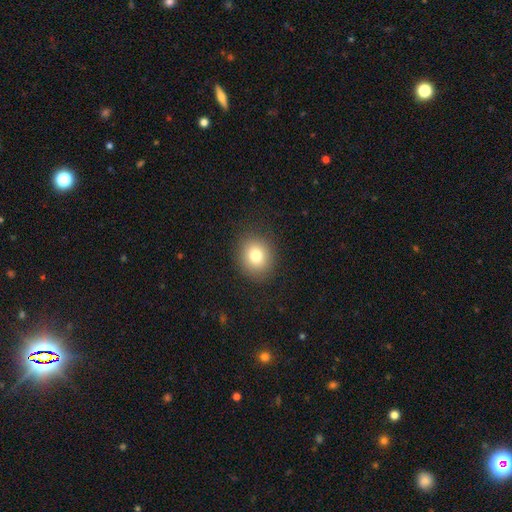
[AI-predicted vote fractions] This appears to be a smooth galaxy with no disk features (79%) that is round (72%). Merging: none (88%).